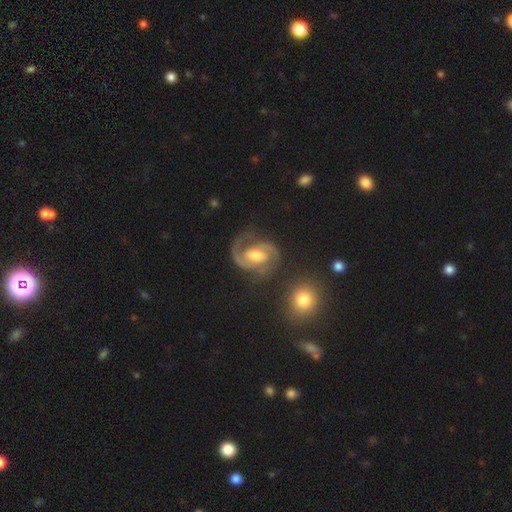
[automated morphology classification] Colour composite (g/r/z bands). It shows a featured or disk galaxy (89%) with a weak bar (50%), 2 (88%) medium (51%) spiral arms (97%) and a moderate central bulge (62%). Merging: none (70%).